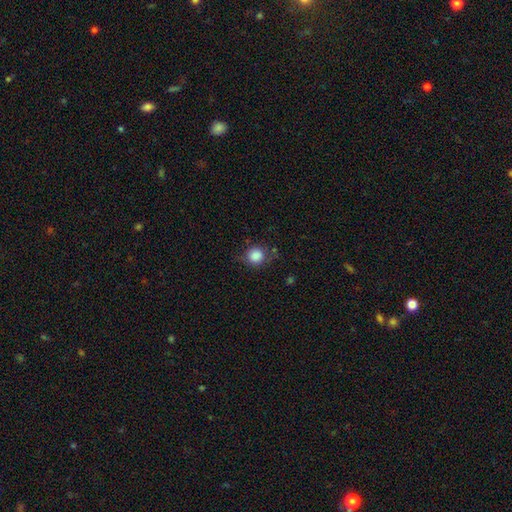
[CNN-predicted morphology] Smooth or featured? smooth (85%)
How rounded? round (86%)
Merging? none (72%)